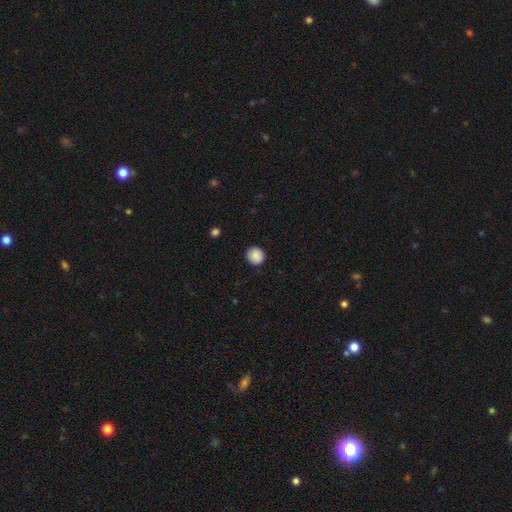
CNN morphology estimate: Q: Smooth or featured?
A: smooth (88%); runner-up: star or artifact (8%)
Q: How rounded?
A: round (91%); runner-up: in between (8%)
Q: Merging?
A: none (89%); runner-up: minor disturbance (8%)